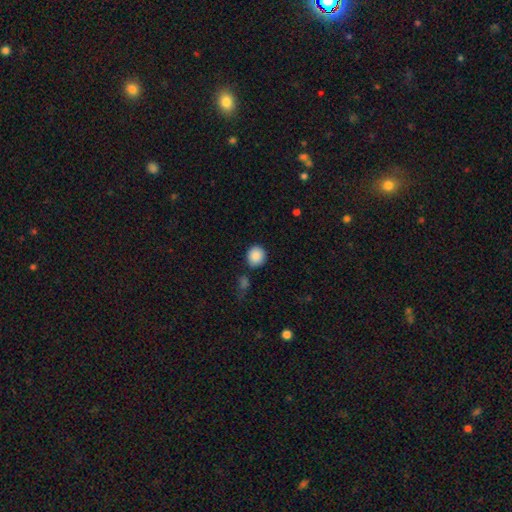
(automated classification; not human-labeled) Overall: smooth (88%). How rounded: round (85%). Merging: none (81%).